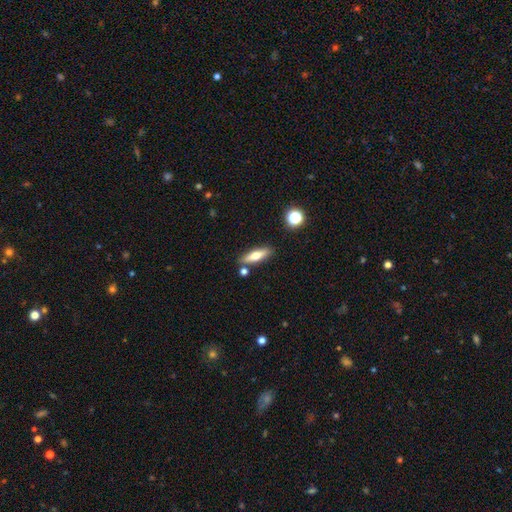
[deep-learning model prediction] Overall: smooth (57%; featured or disk 36%). How rounded: cigar-shaped (65%; in between 32%). Merging: none (82%).